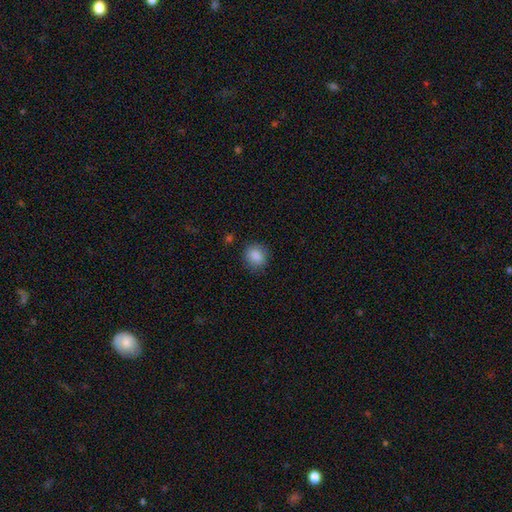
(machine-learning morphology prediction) The model was most divided on "how rounded": round: 74%, in between: 25%, cigar-shaped: 1%. More confident: smooth or featured — smooth (87%); merging — none (83%).